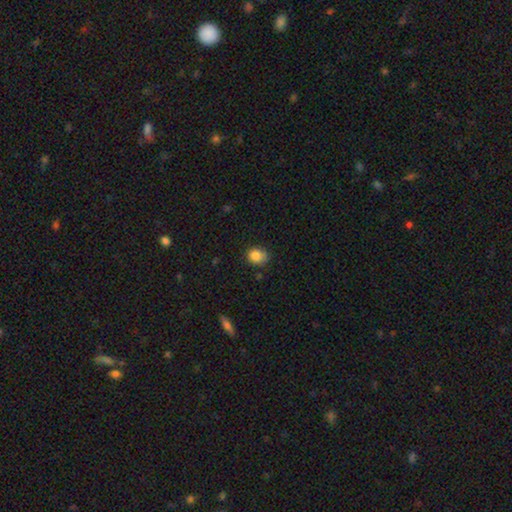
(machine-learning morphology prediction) A smooth galaxy with no disk features (84%) that is round (57%).

Vote fractions:
- Smooth or featured? smooth: 84% / star or artifact: 10% / featured or disk: 6%
- How rounded? round: 57% / in between: 42% / cigar-shaped: 1%
- Merging? none: 69% / minor disturbance: 24% / major disturbance: 4% / merger: 2%